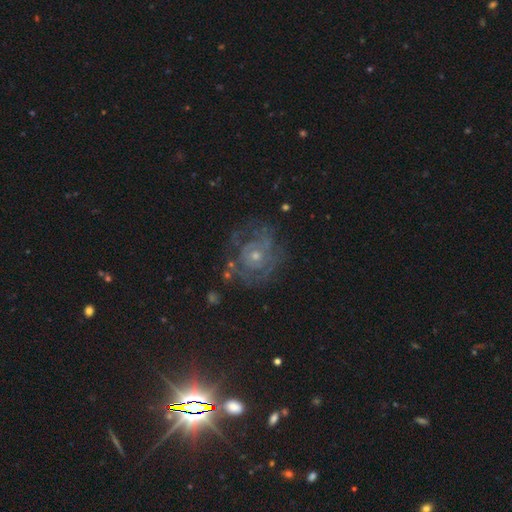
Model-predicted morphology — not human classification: Smooth or featured? featured or disk (72%)
Edge-on disk? no (97%)
Bar? no (82%)
Spiral arms? yes (77%)
Spiral winding? tight (59%)
Spiral arm count? can't tell (48%)
Bulge size? small (54%)
Merging? none (65%)